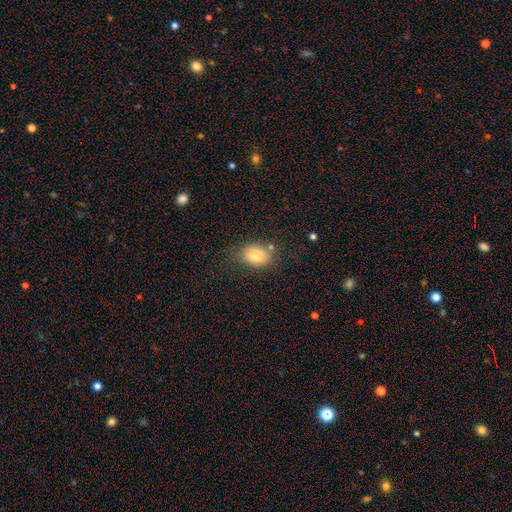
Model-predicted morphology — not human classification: smooth-or-featured: smooth: 81% | featured or disk: 10% | star or artifact: 9%
  how-rounded: in between: 74% | round: 25% | cigar-shaped: 1%
  merging: none: 69% | minor disturbance: 20% | merger: 6% | major disturbance: 6%